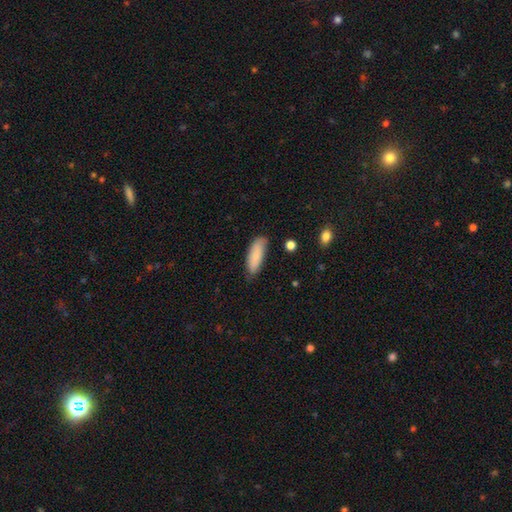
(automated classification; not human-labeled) This appears to be a smooth galaxy with no disk features (83%) that is in between round and cigar-shaped (64%). Merging: none (73%).